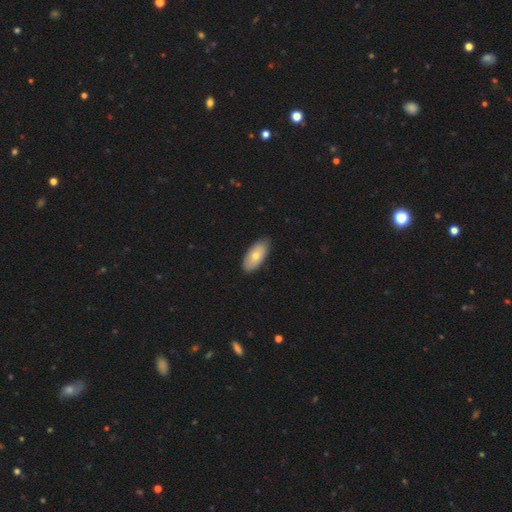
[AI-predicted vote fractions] Smooth or featured?
  - smooth: 72% *
  - featured or disk: 22%
  - star or artifact: 6%
How rounded?
  - in between: 91% *
  - cigar-shaped: 7%
  - round: 3%
Merging?
  - none: 85% *
  - minor disturbance: 12%
  - major disturbance: 2%
  - merger: 1%